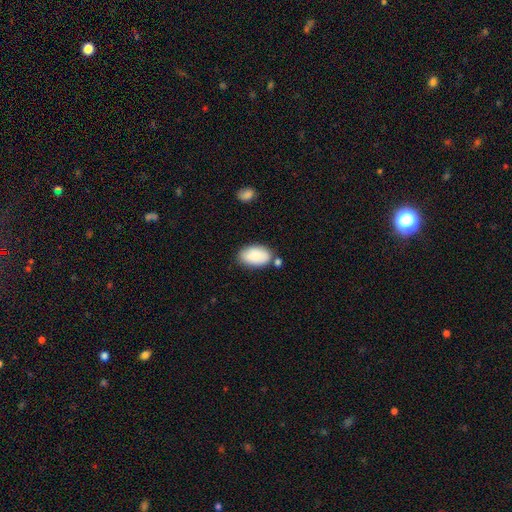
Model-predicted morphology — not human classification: Q: Smooth or featured?
A: smooth (86%); runner-up: featured or disk (8%)
Q: How rounded?
A: in between (94%); runner-up: round (4%)
Q: Merging?
A: none (71%); runner-up: minor disturbance (17%)